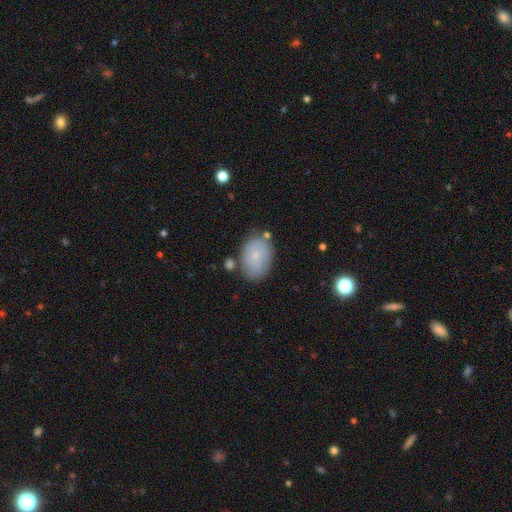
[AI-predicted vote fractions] This is likely a smooth galaxy (73%). How rounded: likely in between (78%). Merging: likely none (71%).